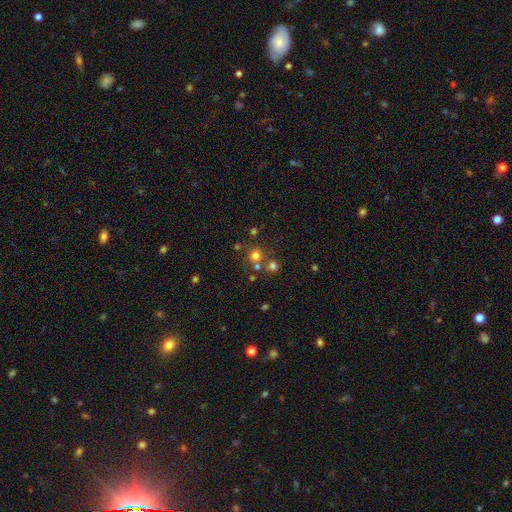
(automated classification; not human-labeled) The model was most divided on "merging": none: 67%, merger: 22%, minor disturbance: 7%, major disturbance: 4%. More confident: how rounded — round (91%); smooth or featured — smooth (68%).